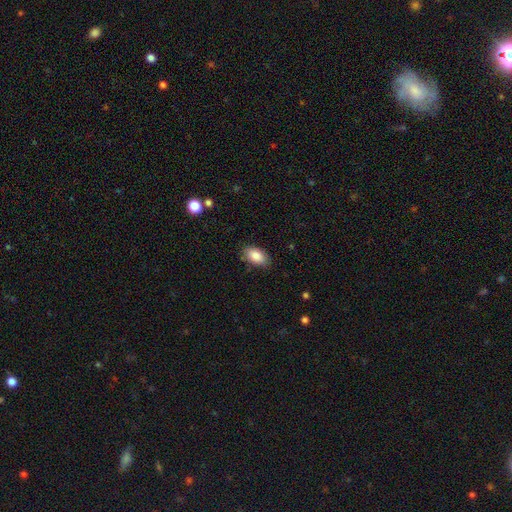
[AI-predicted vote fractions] The model was most divided on "merging": none: 84%, minor disturbance: 12%, major disturbance: 3%, merger: 1%. More confident: how rounded — in between (93%); smooth or featured — smooth (85%).